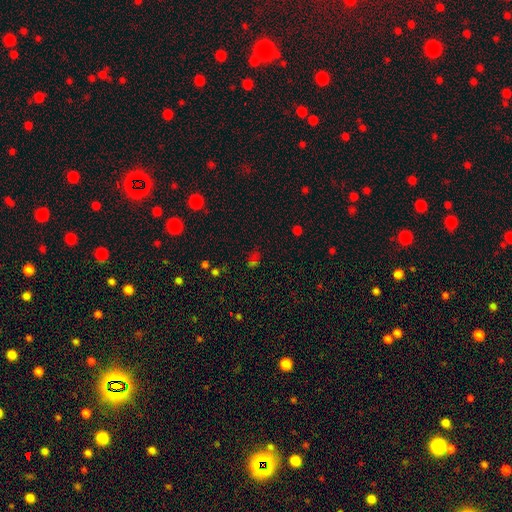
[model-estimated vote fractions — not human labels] This appears to be a smooth galaxy with no disk features (45%, tied with star or artifact). Merging: none (56%).